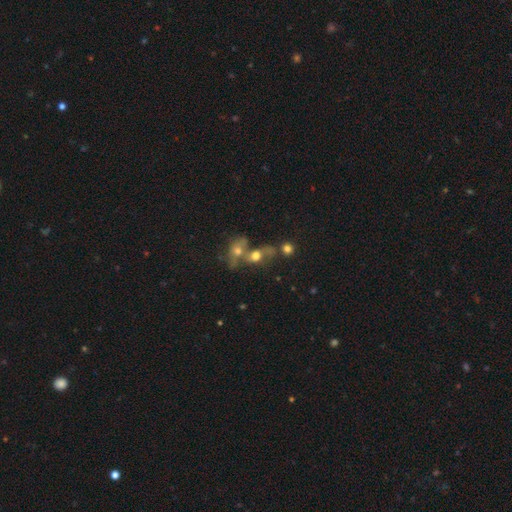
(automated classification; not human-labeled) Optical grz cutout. It shows a smooth galaxy with no disk features (58%) that is in between round and cigar-shaped (54%). Merging: merger (59%).